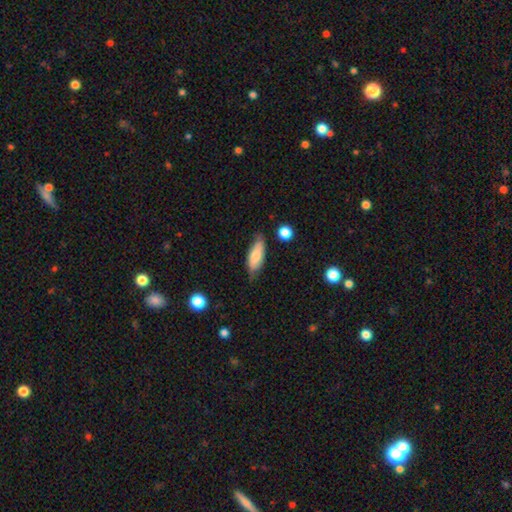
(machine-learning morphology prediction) This is likely a smooth galaxy (74%). How rounded: likely in between (73%). Merging: likely none (66%).